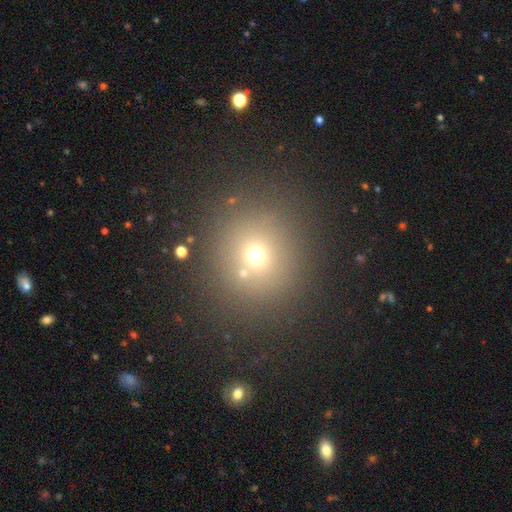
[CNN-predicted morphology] Smooth or featured? Predicted: smooth (p=0.64). How rounded? Predicted: round (p=0.90). Merging? Predicted: none (p=0.80).